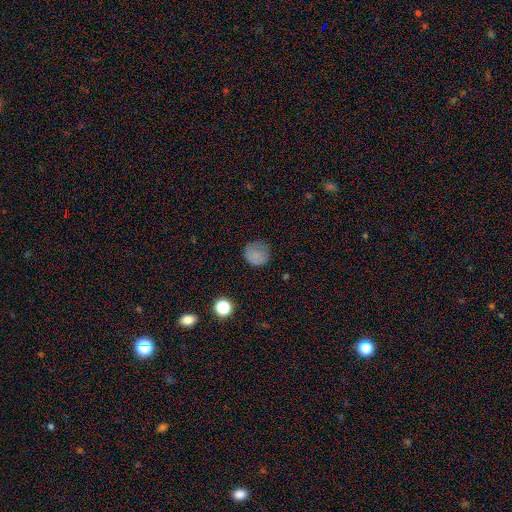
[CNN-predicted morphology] This appears to be a smooth galaxy with no disk features (77%) that is round (90%). Merging: none (76%).